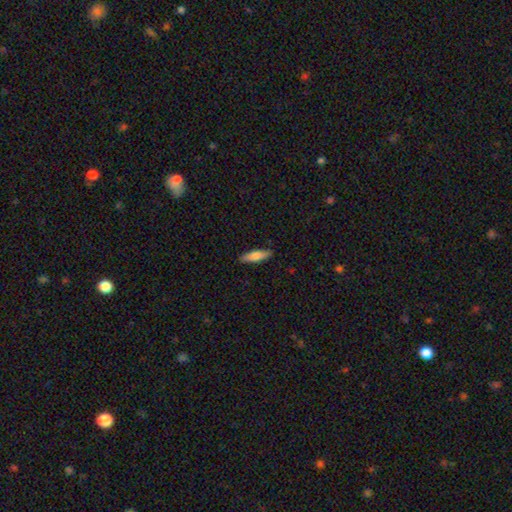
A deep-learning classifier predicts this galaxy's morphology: Smooth or featured?
  - smooth: 74% *
  - featured or disk: 20%
  - star or artifact: 6%
How rounded?
  - cigar-shaped: 65% *
  - in between: 33%
  - round: 2%
Merging?
  - none: 88% *
  - minor disturbance: 9%
  - major disturbance: 2%
  - merger: 1%